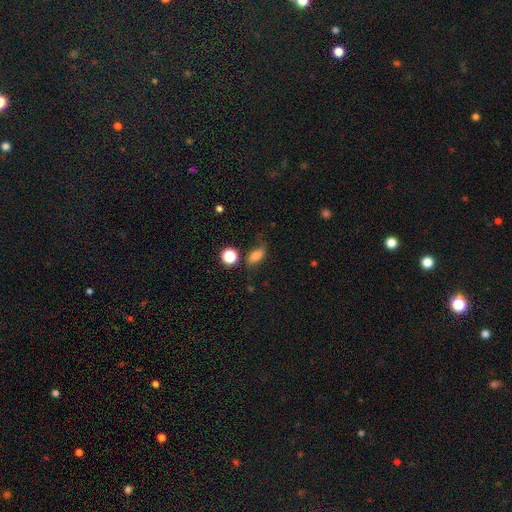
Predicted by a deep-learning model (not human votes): smooth-or-featured: smooth: 69% | featured or disk: 17% | star or artifact: 14%
  how-rounded: in between: 79% | round: 14% | cigar-shaped: 6%
  merging: none: 58% | minor disturbance: 26% | major disturbance: 12% | merger: 5%